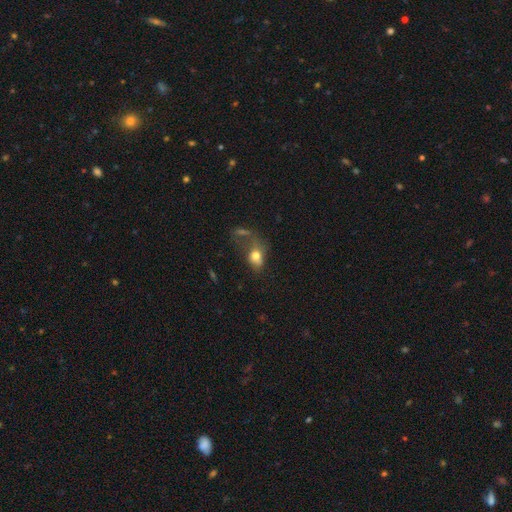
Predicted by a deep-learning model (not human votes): This appears to be a smooth galaxy with no disk features (70%) that is in between round and cigar-shaped (67%). Merging: major disturbance (36%).